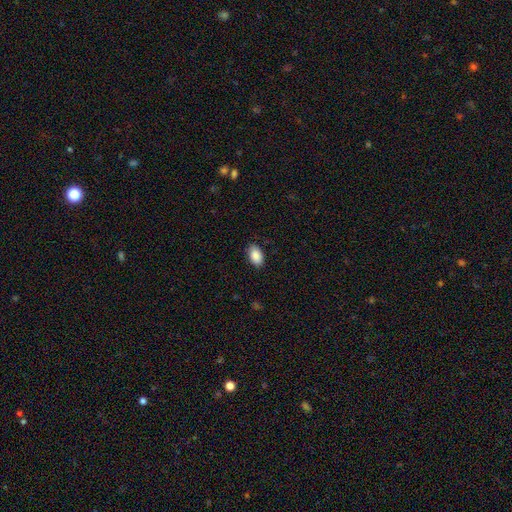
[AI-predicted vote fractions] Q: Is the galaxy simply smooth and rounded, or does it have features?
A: smooth — 89%.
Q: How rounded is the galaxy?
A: in between — 92%.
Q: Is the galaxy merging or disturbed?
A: none — 87%.